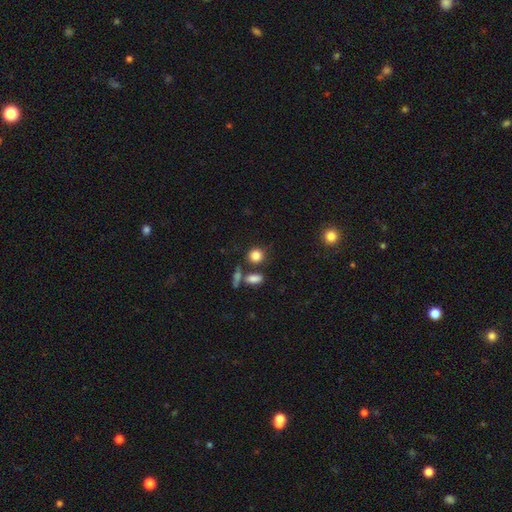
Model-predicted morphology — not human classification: smooth 84%, star or artifact 10%, featured or disk 6%. Down the decision tree: how rounded — round (80%); merging — none (72%).